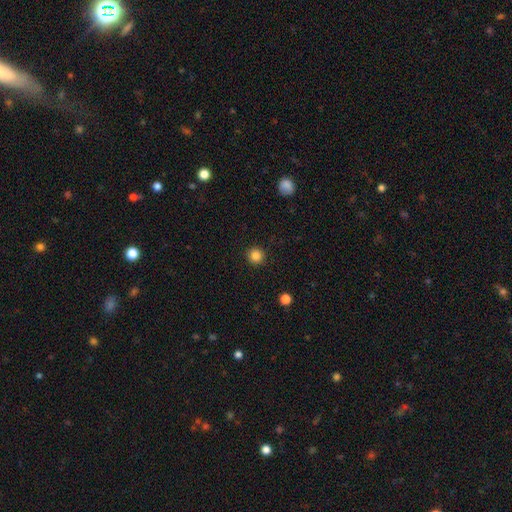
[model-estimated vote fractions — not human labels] smooth_or_featured: smooth (p=0.85) [alt: star or artifact p=0.11]
how_rounded: round (p=0.95) [alt: in between p=0.04]
merging: none (p=0.93) [alt: minor disturbance p=0.05]